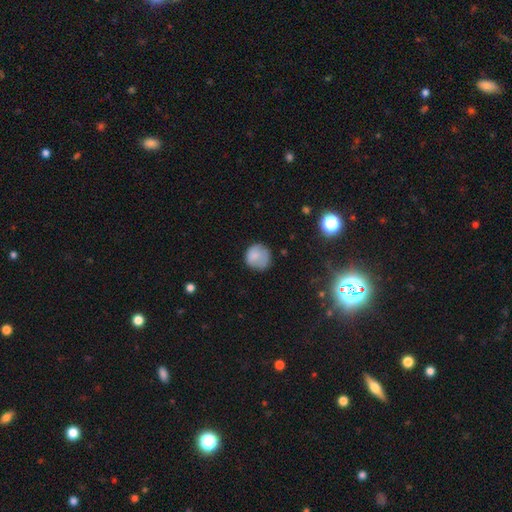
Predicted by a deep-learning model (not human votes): A smooth galaxy with no disk features (80%) that is round (87%). Merging: none (68%).